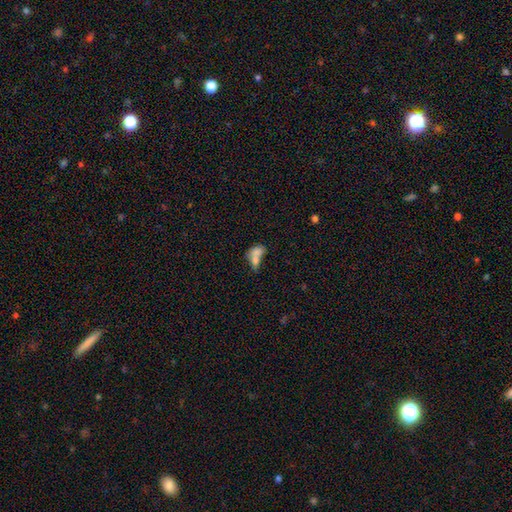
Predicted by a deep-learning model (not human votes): Morphology: type=smooth (71%); roundness=in between (79%); merging=merger (65%).